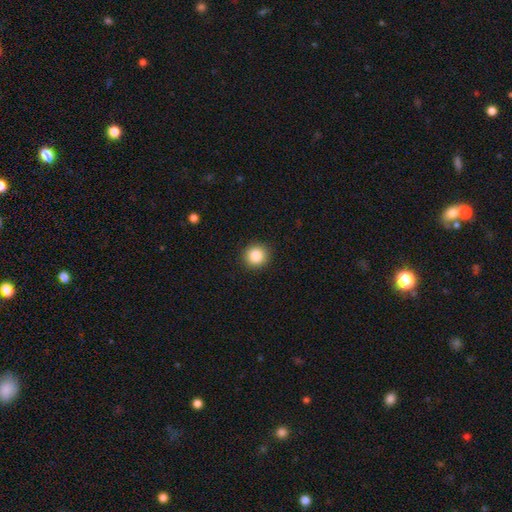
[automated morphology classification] This is clearly a smooth galaxy (85%). How rounded: clearly round (93%). Merging: clearly none (92%).